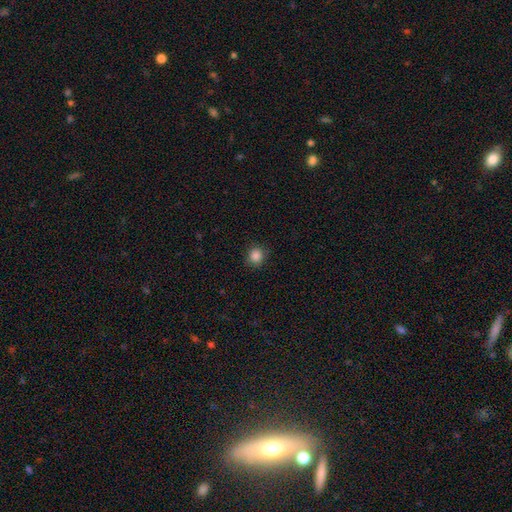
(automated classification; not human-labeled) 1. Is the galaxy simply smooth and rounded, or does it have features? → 86% smooth, 11% star or artifact, 3% featured or disk.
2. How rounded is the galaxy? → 87% round, 12% in between, 1% cigar-shaped.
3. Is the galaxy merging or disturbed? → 88% none, 8% minor disturbance, 2% major disturbance, 1% merger.